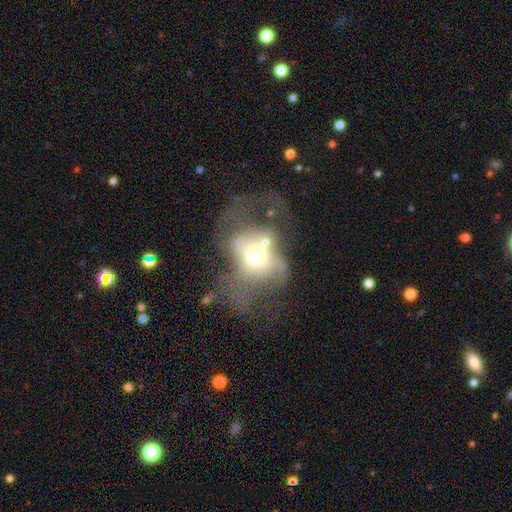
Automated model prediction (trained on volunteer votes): This appears to be a featured or disk galaxy (52%). Merging: major disturbance (51%).